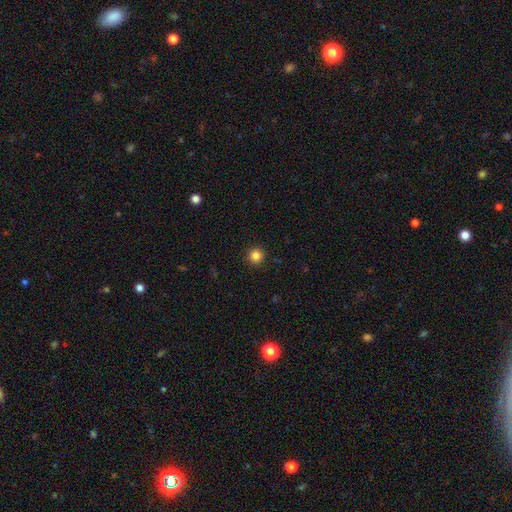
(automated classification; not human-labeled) Smooth or featured: smooth — 84% (star or artifact — 12%)
How rounded: round — 95% (in between — 4%)
Merging: none — 92% (minor disturbance — 5%)